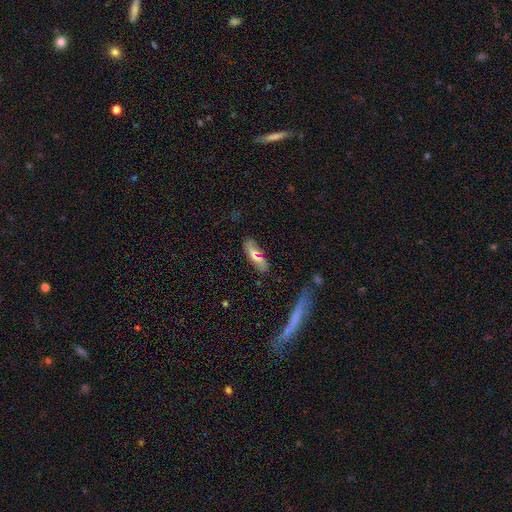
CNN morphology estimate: The model was most divided on "how rounded": in between: 56%, cigar-shaped: 41%, round: 3%. More confident: merging — none (76%); smooth or featured — smooth (61%).